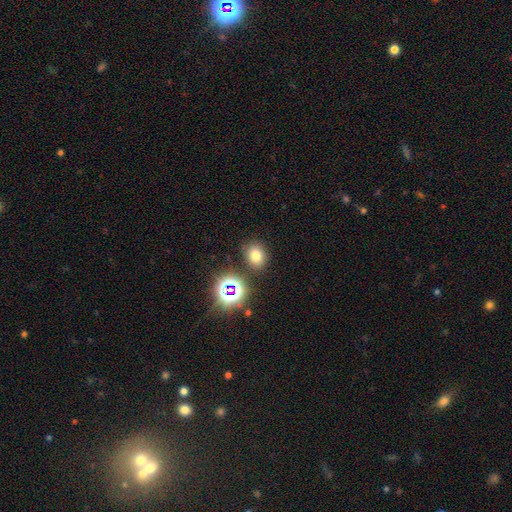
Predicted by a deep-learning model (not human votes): smooth 71%, star or artifact 21%, featured or disk 8%. Down the decision tree: how rounded — round (52%); merging — none (81%).